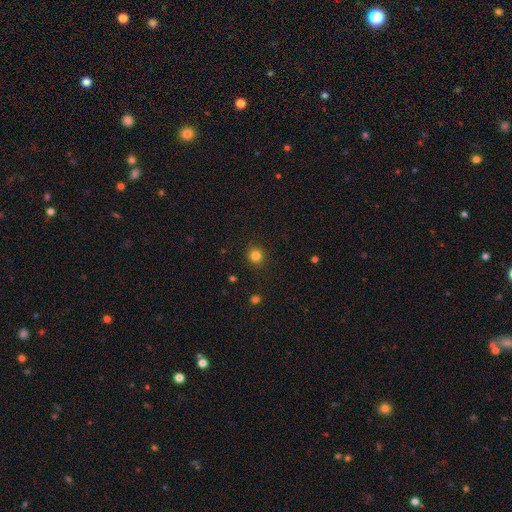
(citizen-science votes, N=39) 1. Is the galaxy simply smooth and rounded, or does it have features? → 90% smooth, 5% featured or disk, 5% star or artifact.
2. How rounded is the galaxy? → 94% round, 6% in between, 0% cigar-shaped.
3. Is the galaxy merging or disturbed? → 89% none, 8% minor disturbance, 3% major disturbance, 0% merger.